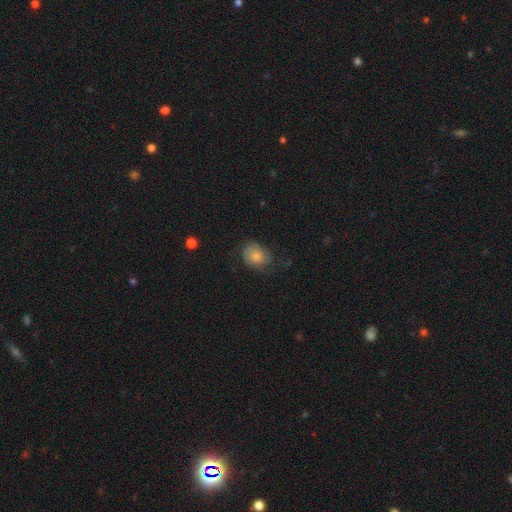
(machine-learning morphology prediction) Overall: smooth (69%). How rounded: round (55%; in between 44%). Merging: none (56%; minor disturbance 28%).